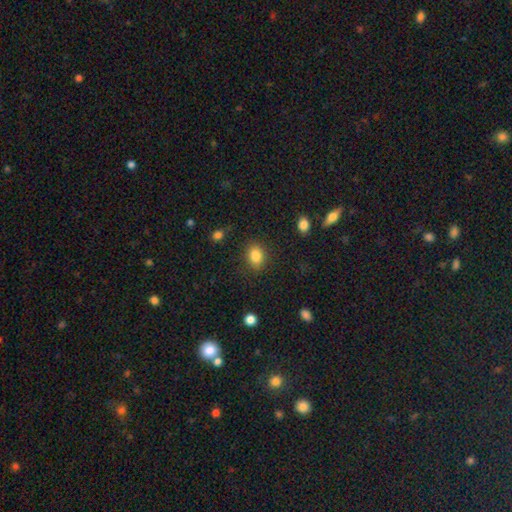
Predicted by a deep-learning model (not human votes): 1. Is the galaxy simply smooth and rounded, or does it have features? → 84% smooth, 10% star or artifact, 6% featured or disk.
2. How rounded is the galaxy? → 61% in between, 38% round, 1% cigar-shaped.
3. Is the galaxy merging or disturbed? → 84% none, 11% minor disturbance, 3% major disturbance, 2% merger.